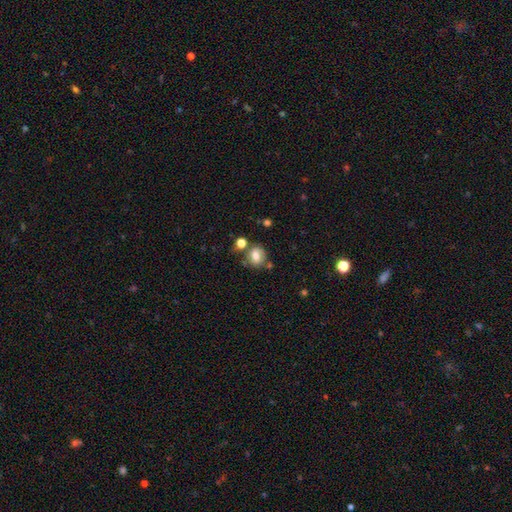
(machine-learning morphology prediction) This is likely a smooth galaxy (68%). How rounded: likely round (61%). Merging: likely none (62%).